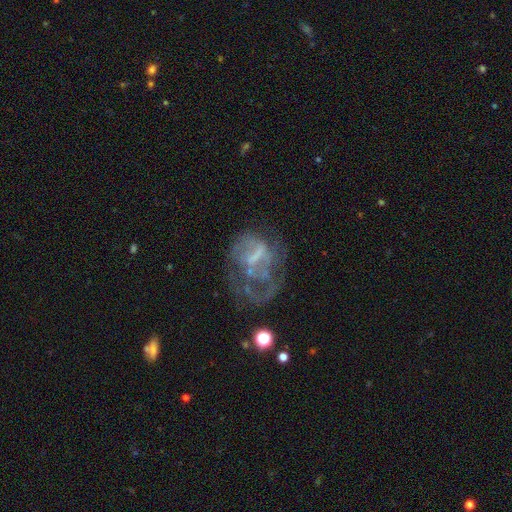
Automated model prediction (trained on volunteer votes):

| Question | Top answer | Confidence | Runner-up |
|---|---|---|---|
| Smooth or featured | featured or disk | 66% | smooth (19%) |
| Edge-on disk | no | 97% | yes (3%) |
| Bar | no | 48% | weak (34%) |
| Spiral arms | no | 68% | yes (32%) |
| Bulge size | none | 57% | small (20%) |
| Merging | major disturbance | 46% | none (30%) |